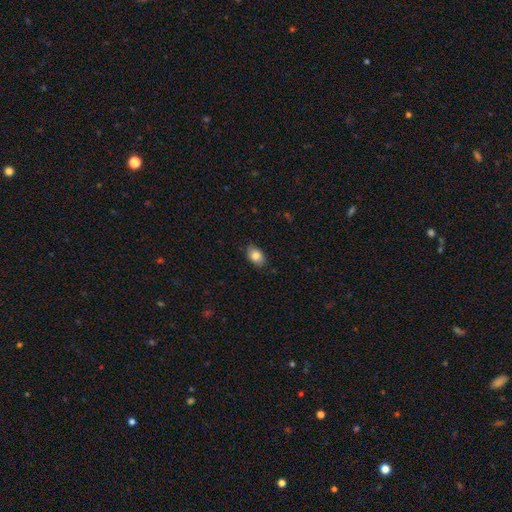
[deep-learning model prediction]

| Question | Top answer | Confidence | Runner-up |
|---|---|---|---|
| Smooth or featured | smooth | 82% | featured or disk (10%) |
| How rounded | in between | 84% | round (15%) |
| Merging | none | 84% | minor disturbance (13%) |